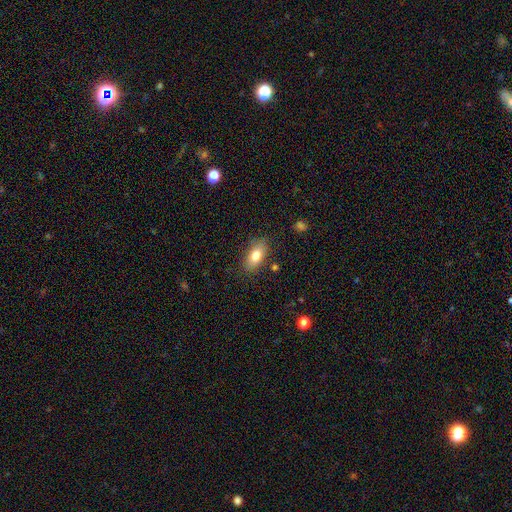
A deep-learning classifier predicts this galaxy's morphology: This appears to be a smooth galaxy with no disk features (77%) that is in between round and cigar-shaped (85%). Merging: none (83%).